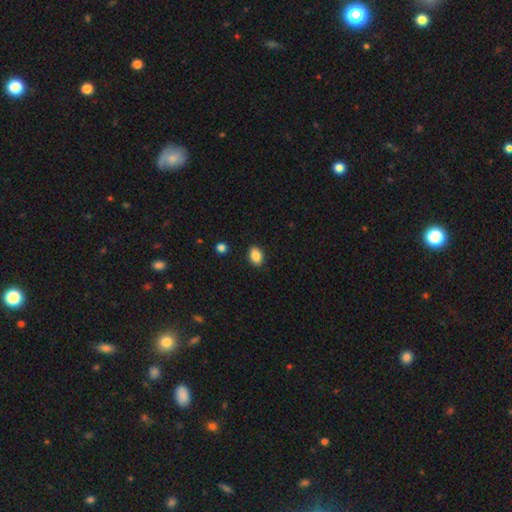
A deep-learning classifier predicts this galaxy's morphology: smooth 87%, star or artifact 8%, featured or disk 4%. Down the decision tree: how rounded — in between (84%); merging — none (88%).